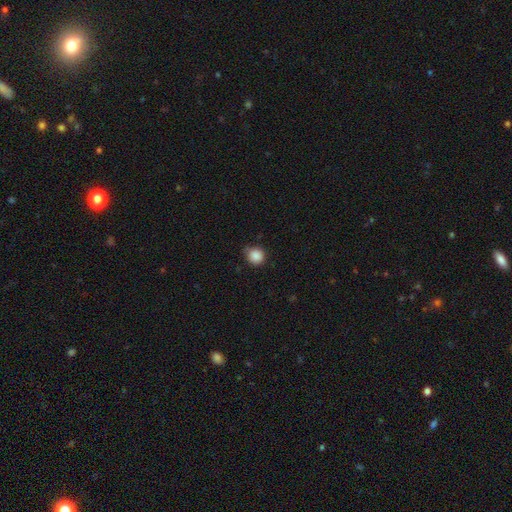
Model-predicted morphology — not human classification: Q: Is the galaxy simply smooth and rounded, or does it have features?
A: smooth — 87%.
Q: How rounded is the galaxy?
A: round — 89%.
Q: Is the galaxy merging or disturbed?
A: none — 74%.